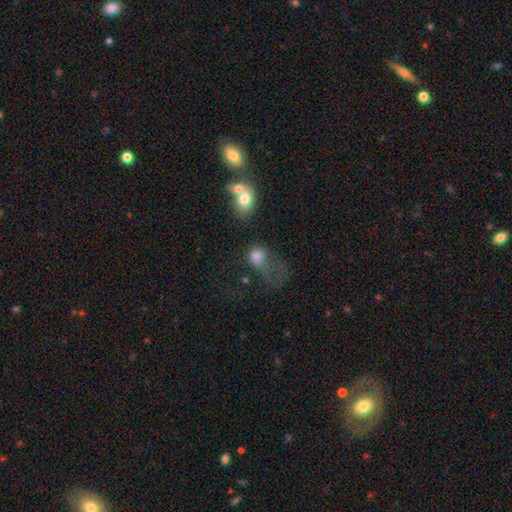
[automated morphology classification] This is likely a smooth galaxy (70%). How rounded: possibly in between (56%). Merging: possibly major disturbance (49%).